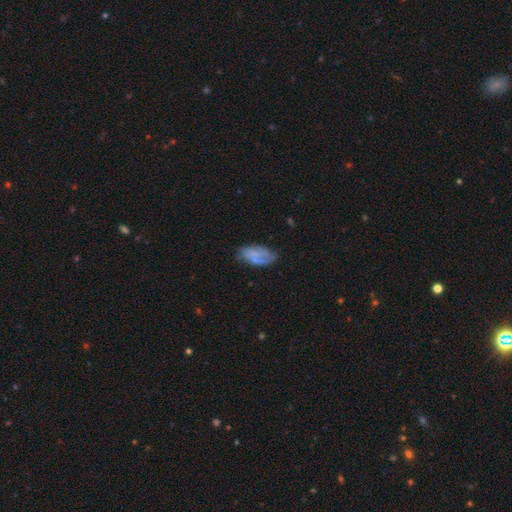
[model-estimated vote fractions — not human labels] This appears to be a smooth galaxy with no disk features (47%). Merging: none (53%).